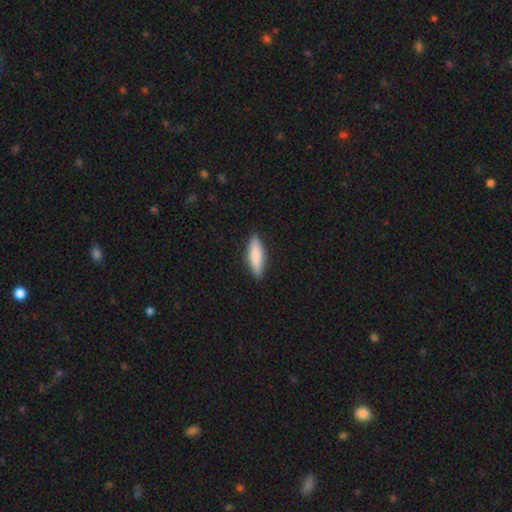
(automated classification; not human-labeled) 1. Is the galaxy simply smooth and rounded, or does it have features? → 83% smooth, 12% featured or disk, 5% star or artifact.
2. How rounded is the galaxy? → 56% cigar-shaped, 42% in between, 2% round.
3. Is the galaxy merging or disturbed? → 88% none, 9% minor disturbance, 2% major disturbance, 1% merger.